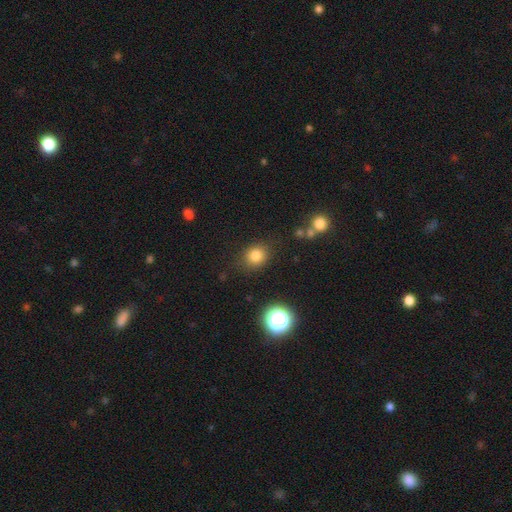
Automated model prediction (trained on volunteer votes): Overall: smooth (81%). How rounded: round (75%). Merging: none (83%).